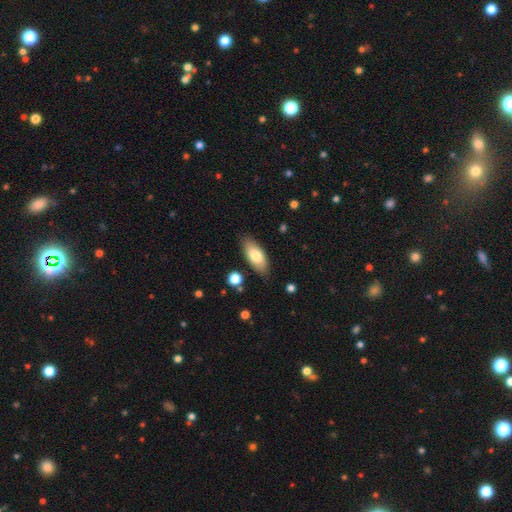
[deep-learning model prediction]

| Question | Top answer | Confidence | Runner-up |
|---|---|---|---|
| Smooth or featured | smooth | 77% | featured or disk (17%) |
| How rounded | in between | 85% | cigar-shaped (13%) |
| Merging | none | 83% | minor disturbance (13%) |